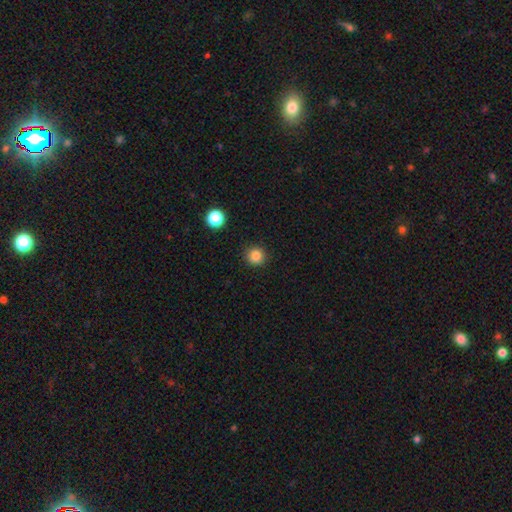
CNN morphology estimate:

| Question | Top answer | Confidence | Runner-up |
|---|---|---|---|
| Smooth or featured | smooth | 84% | star or artifact (12%) |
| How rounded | round | 93% | in between (6%) |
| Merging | none | 91% | minor disturbance (6%) |